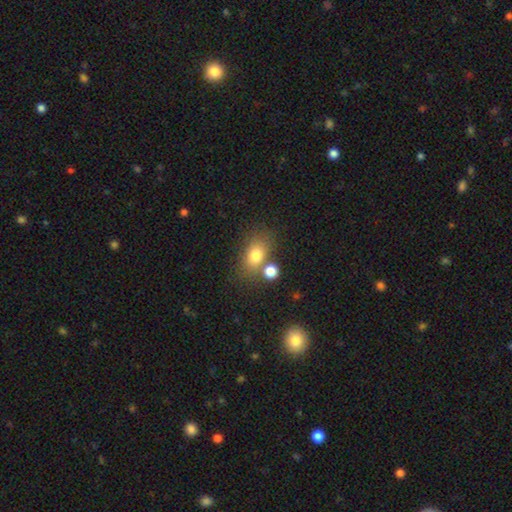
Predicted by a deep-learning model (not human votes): Smooth or featured?
  - smooth: 77% *
  - featured or disk: 12%
  - star or artifact: 11%
How rounded?
  - in between: 74% *
  - round: 24%
  - cigar-shaped: 2%
Merging?
  - none: 59% *
  - merger: 23%
  - minor disturbance: 13%
  - major disturbance: 5%